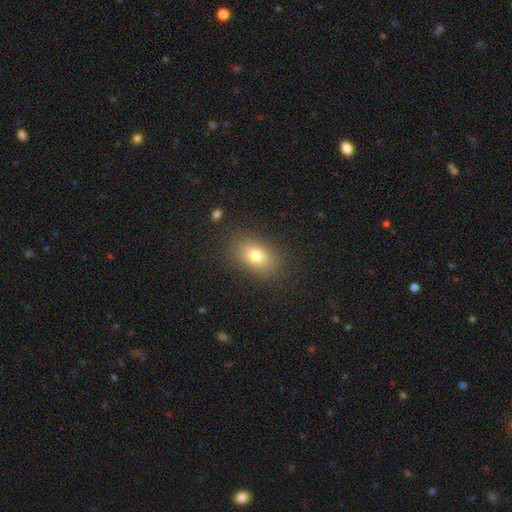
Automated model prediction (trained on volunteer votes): Overall: smooth (76%). How rounded: in between (79%). Merging: none (86%).